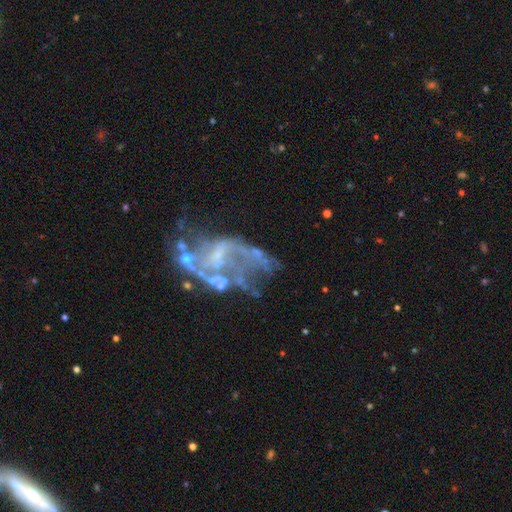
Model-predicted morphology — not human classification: Q: Smooth or featured?
A: featured or disk (78%); runner-up: star or artifact (13%)
Q: Edge-on disk?
A: no (98%); runner-up: yes (2%)
Q: Bar?
A: no (63%); runner-up: weak (27%)
Q: Spiral arms?
A: yes (55%); runner-up: no (45%)
Q: Bulge size?
A: none (56%); runner-up: small (31%)
Q: Merging?
A: major disturbance (38%); runner-up: none (29%)